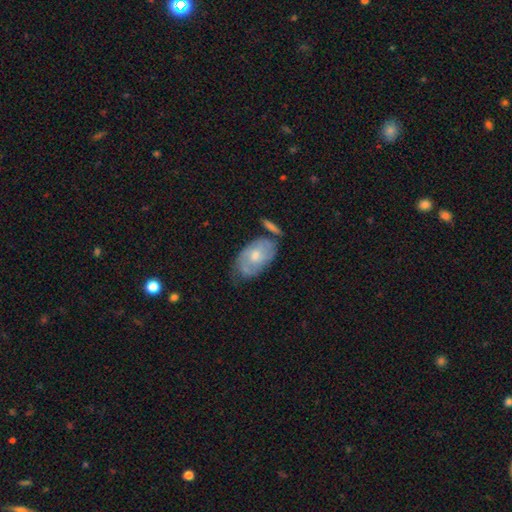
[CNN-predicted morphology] A featured or disk galaxy (53%).

Vote fractions:
- Smooth or featured? featured or disk: 53% / smooth: 41% / star or artifact: 6%
- Edge-on disk? no: 92% / yes: 8%
- Merging? none: 53% / minor disturbance: 27% / merger: 12% / major disturbance: 9%